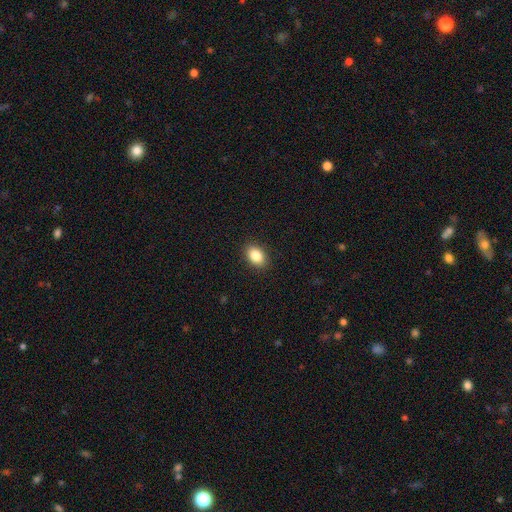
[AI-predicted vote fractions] Smooth or featured?
  - smooth: 86% *
  - star or artifact: 8%
  - featured or disk: 6%
How rounded?
  - in between: 82% *
  - round: 16%
  - cigar-shaped: 1%
Merging?
  - none: 89% *
  - minor disturbance: 8%
  - major disturbance: 2%
  - merger: 1%